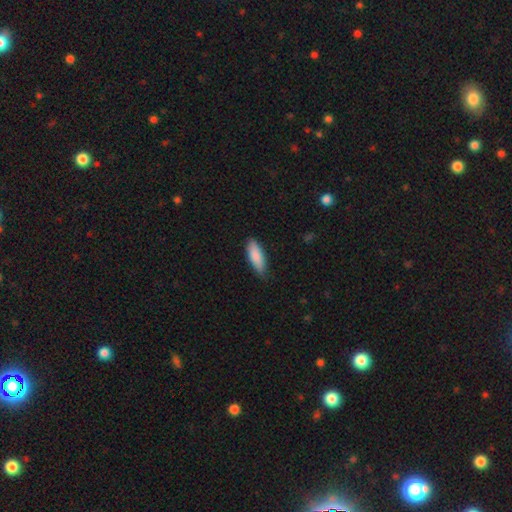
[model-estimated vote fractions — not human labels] A smooth galaxy with no disk features (87%) that is in between round and cigar-shaped (66%).

Vote fractions:
- Smooth or featured? smooth: 87% / featured or disk: 8% / star or artifact: 5%
- How rounded? in between: 66% / cigar-shaped: 33% / round: 2%
- Merging? none: 76% / minor disturbance: 20% / major disturbance: 3% / merger: 1%